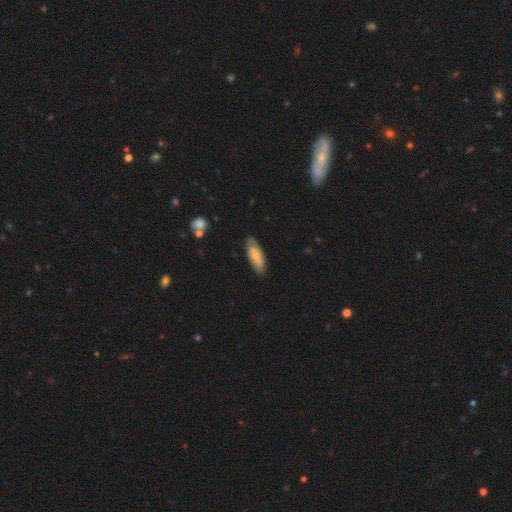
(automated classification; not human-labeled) smooth 70%, featured or disk 24%, star or artifact 6%. Down the decision tree: how rounded — in between (70%); merging — none (75%).